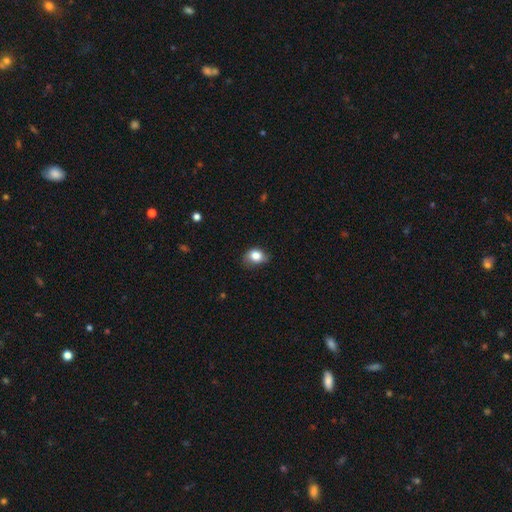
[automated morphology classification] type=smooth (82%); roundness=in between (56%); merging=none (57%).